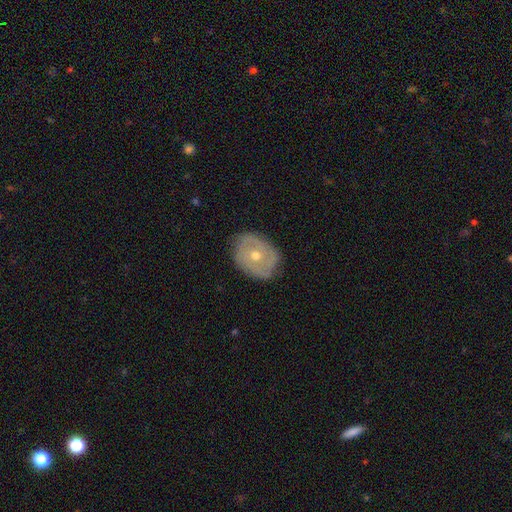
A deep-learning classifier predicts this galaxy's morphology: A featured or disk galaxy (65%) with no bar (79%), spiral arms (61%) and a moderate central bulge (61%). Merging: none (78%).